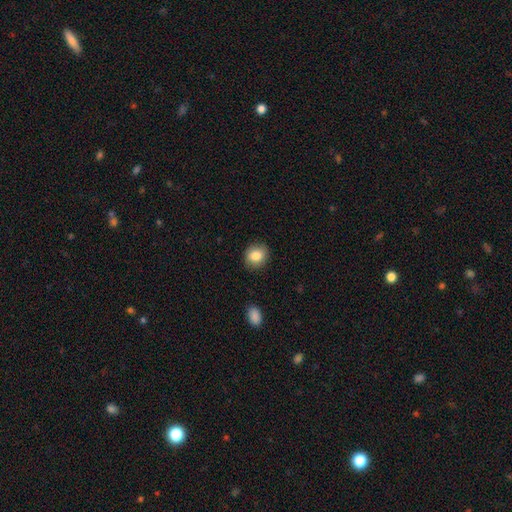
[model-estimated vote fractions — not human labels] Overall: smooth (85%). How rounded: round (71%). Merging: none (87%).